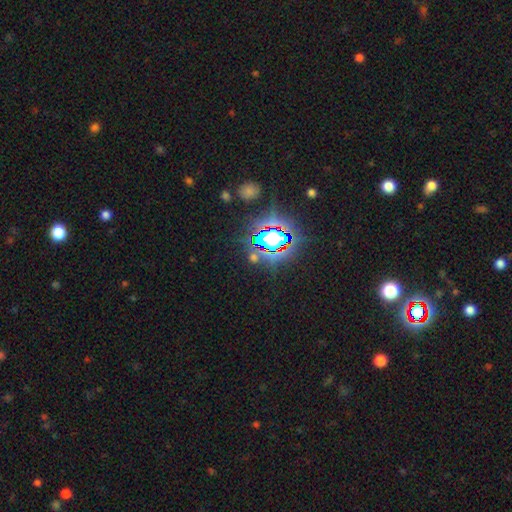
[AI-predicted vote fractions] Smooth or featured?
  - star or artifact: 79% *
  - smooth: 13%
  - featured or disk: 9%